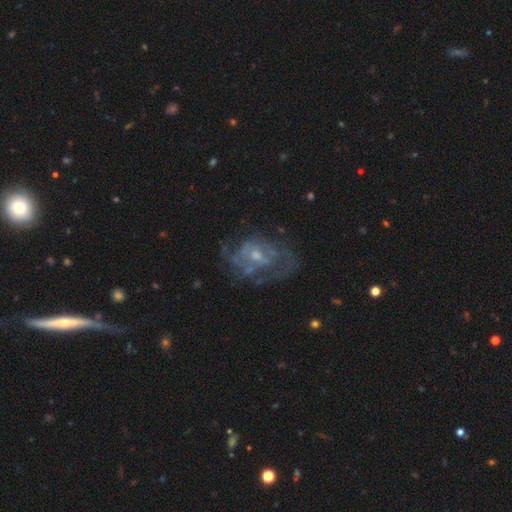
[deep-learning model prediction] Smooth or featured: featured or disk — 74% (smooth — 16%)
Edge-on disk: no — 97% (yes — 3%)
Bar: no — 69% (weak — 26%)
Spiral arms: yes — 56% (no — 44%)
Bulge size: small — 50% (moderate — 41%)
Merging: none — 50% (major disturbance — 26%)